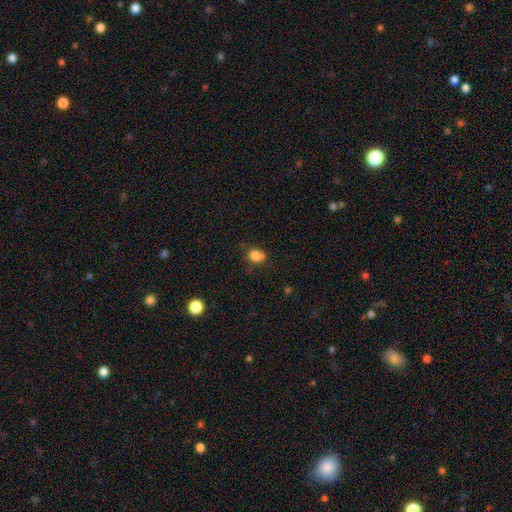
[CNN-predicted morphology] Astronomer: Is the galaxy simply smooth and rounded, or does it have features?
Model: smooth — 81%.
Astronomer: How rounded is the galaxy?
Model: in between — 50% (runner-up: round, 48%).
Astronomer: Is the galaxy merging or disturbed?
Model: none — 53% (runner-up: minor disturbance, 29%).